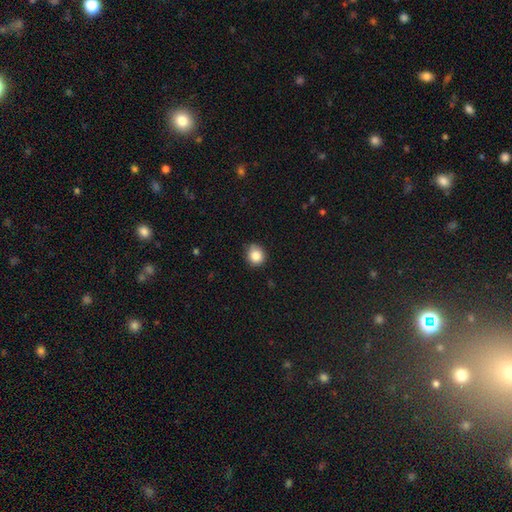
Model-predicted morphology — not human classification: smooth-or-featured: smooth: 85% | star or artifact: 10% | featured or disk: 5%
  how-rounded: round: 86% | in between: 13% | cigar-shaped: 1%
  merging: none: 80% | minor disturbance: 17% | major disturbance: 2% | merger: 1%